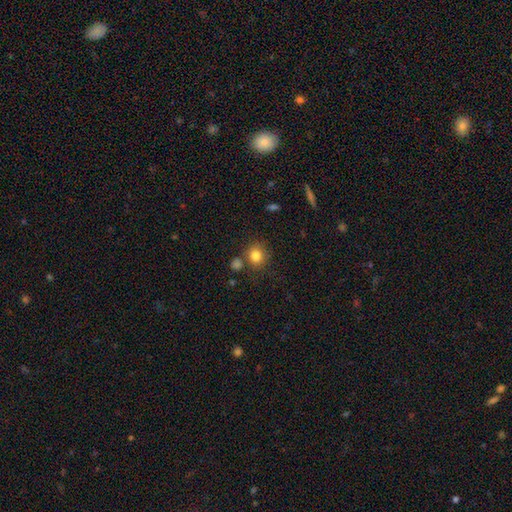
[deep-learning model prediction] Overall: smooth (83%). How rounded: round (84%). Merging: none (74%).